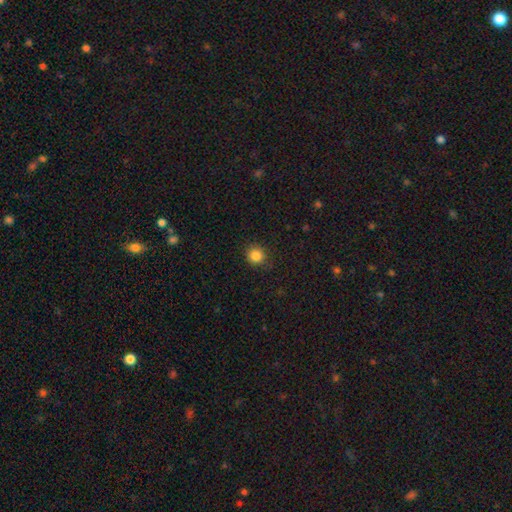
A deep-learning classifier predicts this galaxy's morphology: Smooth or featured? Predicted: smooth (p=0.85). How rounded? Predicted: round (p=0.92). Merging? Predicted: none (p=0.88).